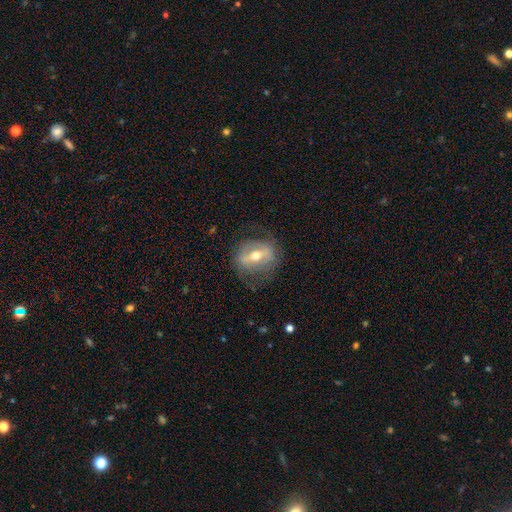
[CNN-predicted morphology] smooth-or-featured: featured or disk: 69% | smooth: 23% | star or artifact: 8%
  disk-edge-on: no: 80% | yes: 20%
    bar: strong: 62% | weak: 25% | no: 13%
    has-spiral-arms: no: 57% | yes: 43%
    bulge-size: moderate: 70% | small: 23% | large: 5% | dominant: 1% | none: 1%
  merging: none: 70% | minor disturbance: 18% | major disturbance: 11% | merger: 1%